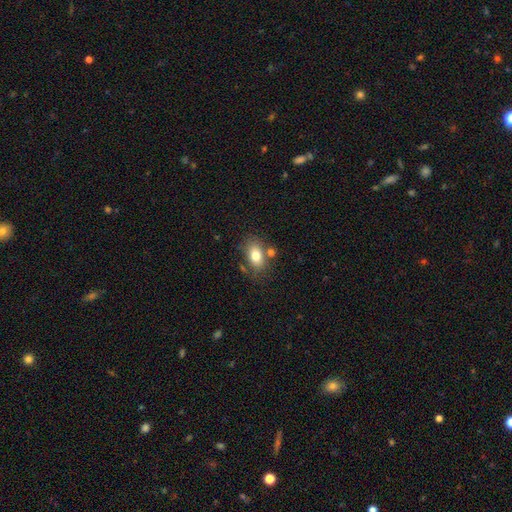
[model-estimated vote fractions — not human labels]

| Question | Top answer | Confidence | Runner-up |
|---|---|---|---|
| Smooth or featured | smooth | 78% | featured or disk (13%) |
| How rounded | in between | 83% | round (15%) |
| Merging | none | 66% | minor disturbance (15%) |